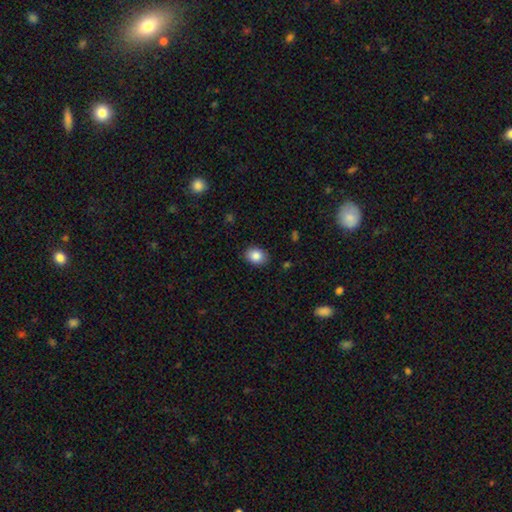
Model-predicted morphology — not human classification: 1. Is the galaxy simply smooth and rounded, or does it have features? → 87% smooth, 8% star or artifact, 5% featured or disk.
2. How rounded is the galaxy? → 61% in between, 38% round, 1% cigar-shaped.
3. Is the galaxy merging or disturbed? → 87% none, 9% minor disturbance, 2% major disturbance, 1% merger.